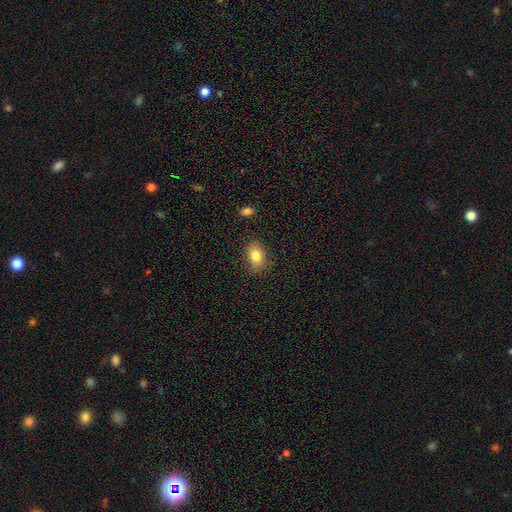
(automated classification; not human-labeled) Morphology: type=smooth (83%); roundness=in between (77%); merging=none (84%).